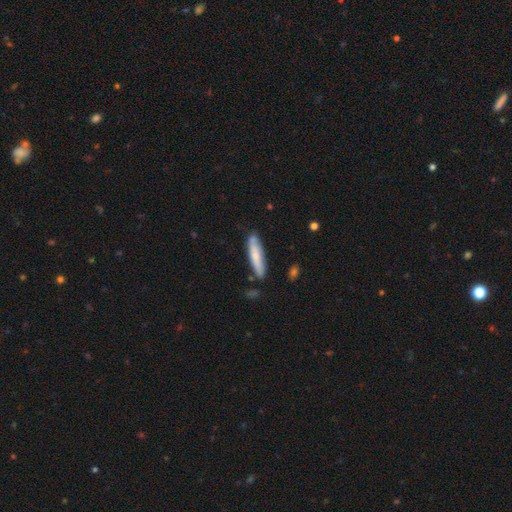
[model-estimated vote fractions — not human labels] This is likely a smooth galaxy (71%). How rounded: clearly cigar-shaped (82%). Merging: likely none (78%).